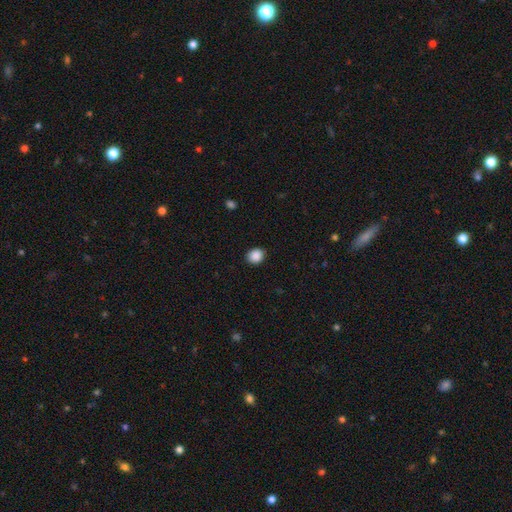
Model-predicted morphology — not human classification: Smooth or featured: smooth — 89% (star or artifact — 9%)
How rounded: round — 69% (in between — 30%)
Merging: none — 88% (minor disturbance — 8%)